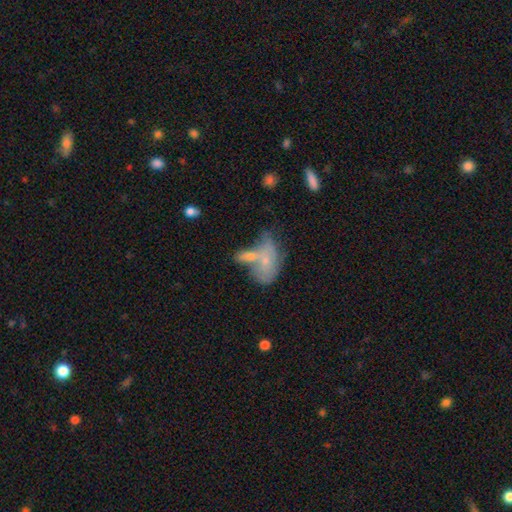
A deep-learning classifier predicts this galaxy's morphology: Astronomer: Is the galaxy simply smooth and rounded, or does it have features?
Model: smooth — 48% (runner-up: featured or disk, 41%).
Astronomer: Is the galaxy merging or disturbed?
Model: merger — 46% (runner-up: none, 27%).